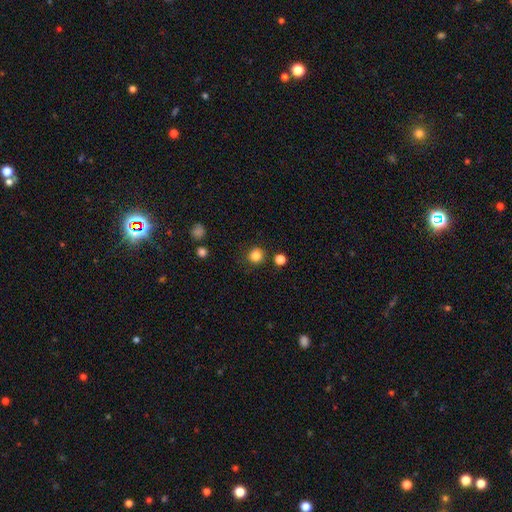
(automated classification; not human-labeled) Smooth or featured? smooth (84%)
How rounded? round (93%)
Merging? none (87%)